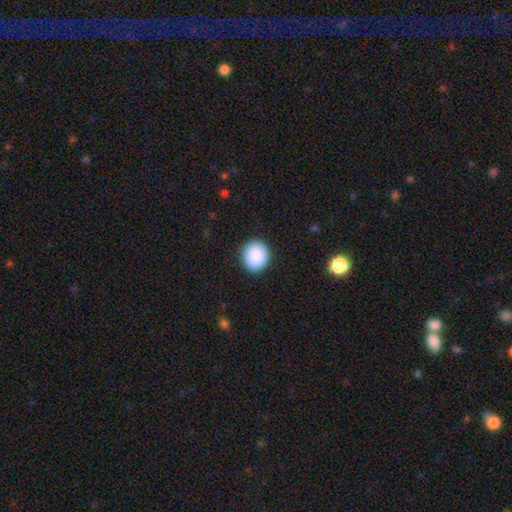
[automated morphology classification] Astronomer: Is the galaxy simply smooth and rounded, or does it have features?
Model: smooth — 88%.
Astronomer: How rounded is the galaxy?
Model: round — 80%.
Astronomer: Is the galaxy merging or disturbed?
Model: none — 90%.